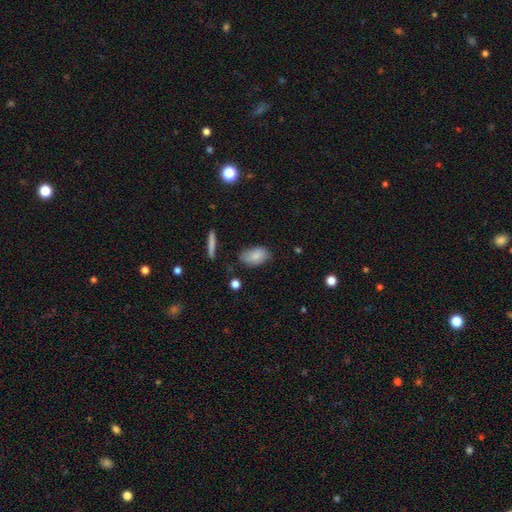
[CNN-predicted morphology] Smooth or featured? Predicted: smooth (p=0.83). How rounded? Predicted: in between (p=0.91). Merging? Predicted: none (p=0.70).